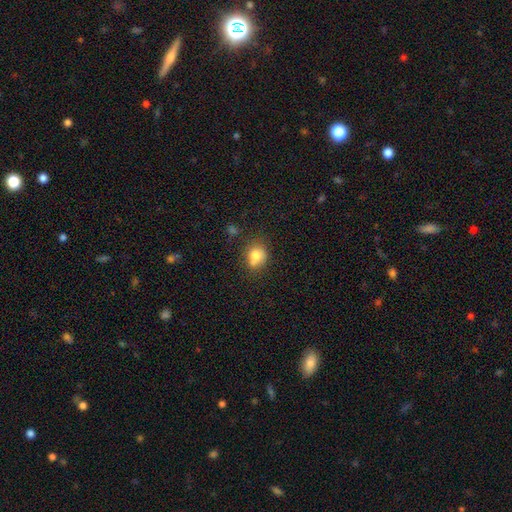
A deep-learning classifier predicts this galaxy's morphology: Smooth or featured: smooth — 77% (featured or disk — 13%)
How rounded: round — 68% (in between — 31%)
Merging: none — 55% (minor disturbance — 19%)